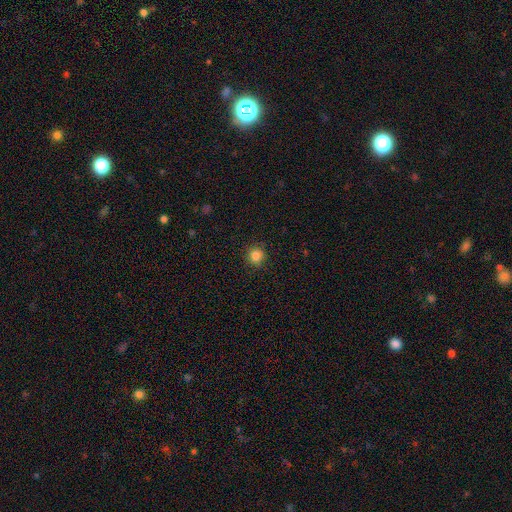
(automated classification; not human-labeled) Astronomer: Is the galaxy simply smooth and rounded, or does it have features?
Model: smooth — 84%.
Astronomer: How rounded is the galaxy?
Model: round — 91%.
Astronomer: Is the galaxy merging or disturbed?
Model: none — 89%.